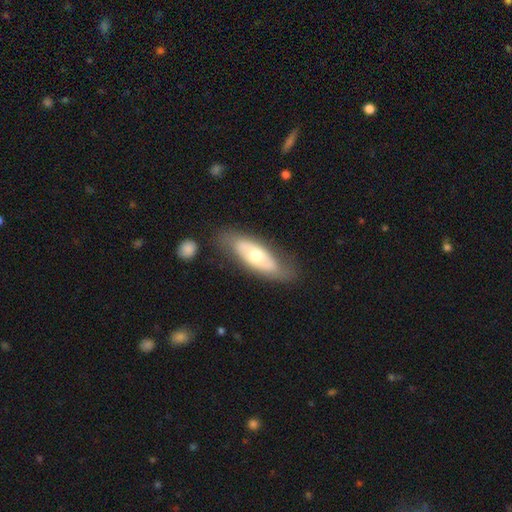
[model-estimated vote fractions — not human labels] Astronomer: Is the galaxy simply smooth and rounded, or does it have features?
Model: featured or disk — 49% (runner-up: smooth, 46%).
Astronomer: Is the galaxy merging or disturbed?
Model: none — 71%.